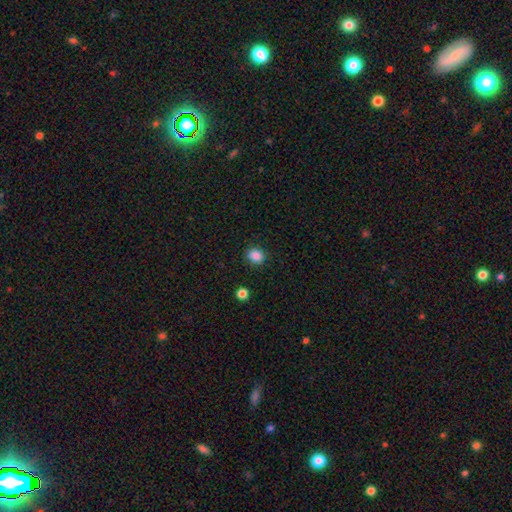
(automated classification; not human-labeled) Smooth or featured: smooth — 87% (star or artifact — 10%)
How rounded: round — 67% (in between — 32%)
Merging: none — 87% (minor disturbance — 9%)